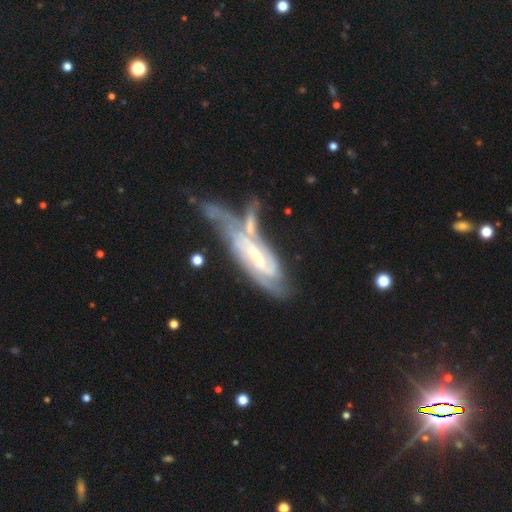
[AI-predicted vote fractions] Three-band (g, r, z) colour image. It shows a featured or disk galaxy (83%) with a weak bar (40%), 2 (54%) tight (51%) spiral arms (93%) and a small central bulge (44%). Merging: merger (36%).